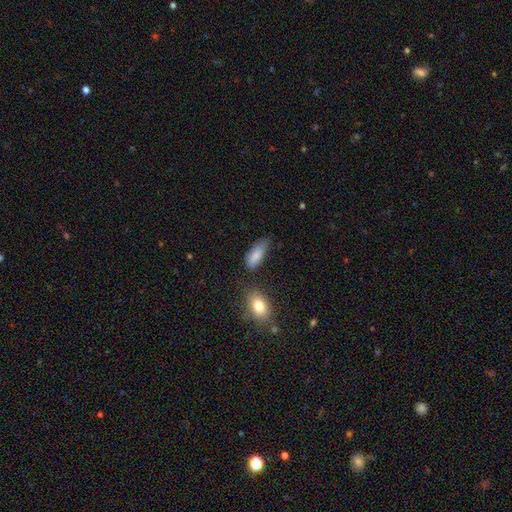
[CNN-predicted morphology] Smooth or featured: smooth — 84% (featured or disk — 8%)
How rounded: in between — 81% (cigar-shaped — 16%)
Merging: none — 55% (minor disturbance — 32%)